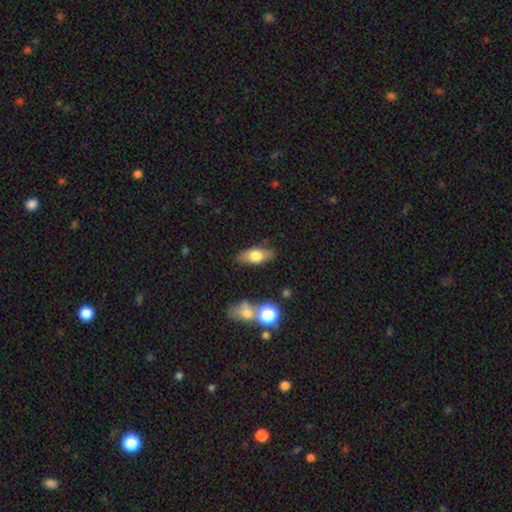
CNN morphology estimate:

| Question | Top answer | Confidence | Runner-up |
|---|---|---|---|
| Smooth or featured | smooth | 67% | featured or disk (26%) |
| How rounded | in between | 78% | cigar-shaped (16%) |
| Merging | none | 80% | minor disturbance (13%) |